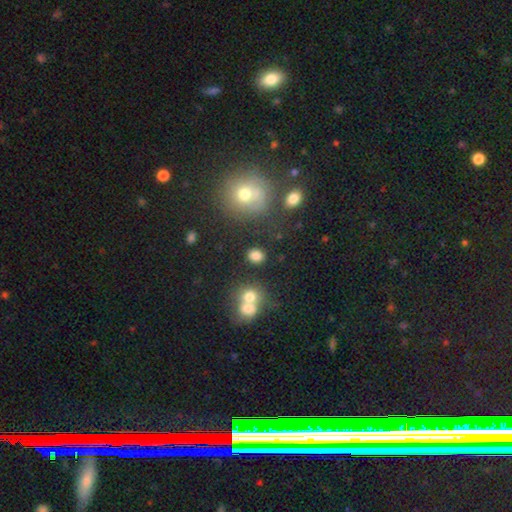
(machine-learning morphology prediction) Smooth or featured?
  - smooth: 81% *
  - star or artifact: 12%
  - featured or disk: 6%
How rounded?
  - in between: 49% * (tied)
  - round: 49% * (tied)
  - cigar-shaped: 1%
Merging?
  - none: 75% *
  - minor disturbance: 11%
  - merger: 10%
  - major disturbance: 5%